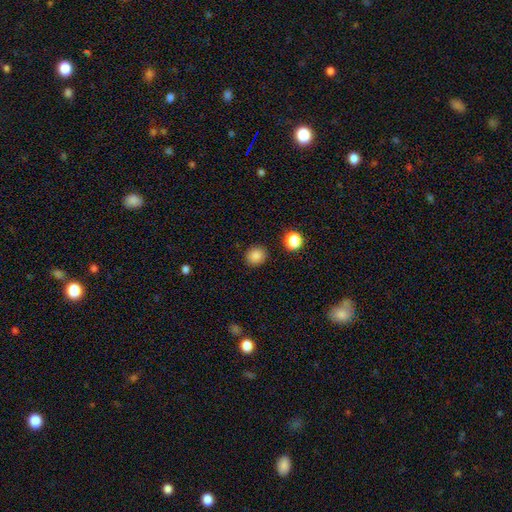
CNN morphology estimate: This appears to be a smooth galaxy with no disk features (86%) that is round (80%). Merging: none (89%).